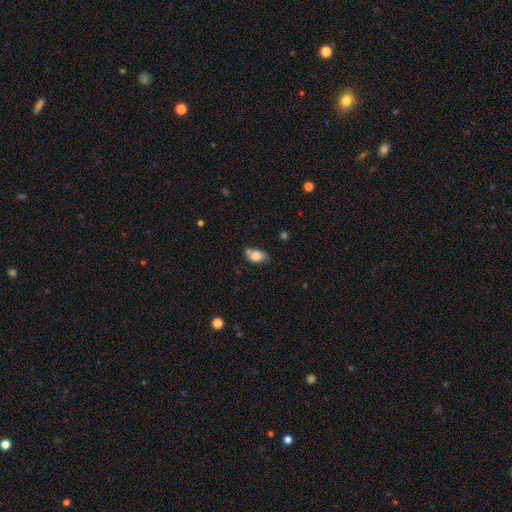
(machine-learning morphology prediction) Smooth or featured?
  - smooth: 78% *
  - featured or disk: 13%
  - star or artifact: 8%
How rounded?
  - in between: 86% *
  - round: 11%
  - cigar-shaped: 2%
Merging?
  - none: 55% *
  - minor disturbance: 30%
  - merger: 8%
  - major disturbance: 7%